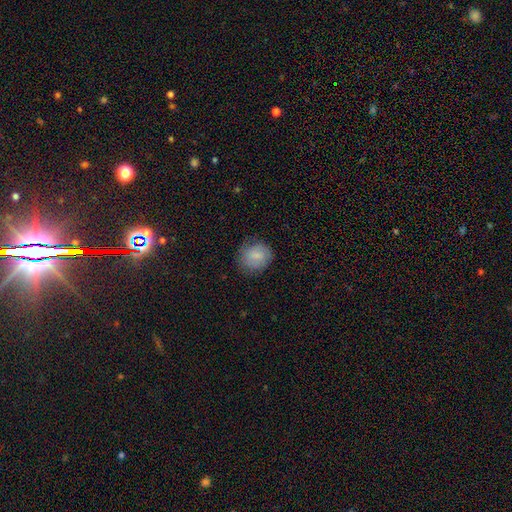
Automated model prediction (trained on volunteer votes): smooth_or_featured: smooth (p=0.84) [alt: featured or disk p=0.08]
how_rounded: round (p=0.77) [alt: in between p=0.22]
merging: none (p=0.77) [alt: minor disturbance p=0.17]